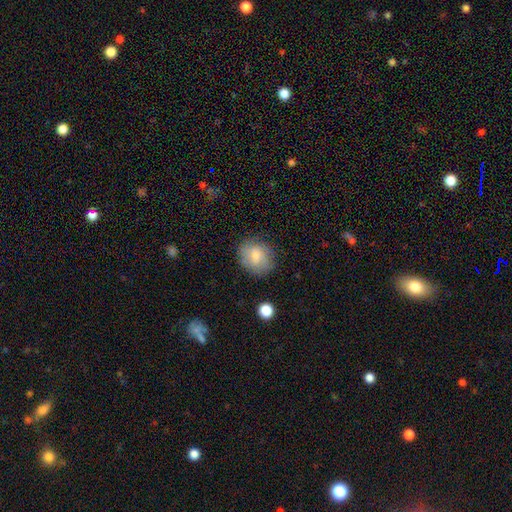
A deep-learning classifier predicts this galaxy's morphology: This appears to be a smooth galaxy with no disk features (73%) that is round (66%). Merging: none (76%).